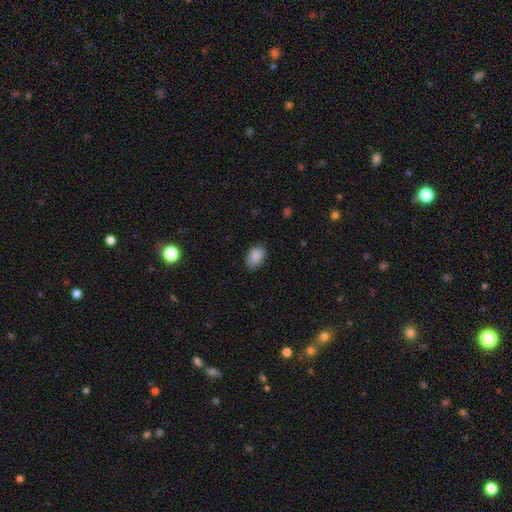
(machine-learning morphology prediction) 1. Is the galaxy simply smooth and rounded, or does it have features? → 87% smooth, 8% star or artifact, 5% featured or disk.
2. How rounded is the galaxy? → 82% in between, 17% round, 1% cigar-shaped.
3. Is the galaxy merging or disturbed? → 77% none, 19% minor disturbance, 4% major disturbance, 1% merger.